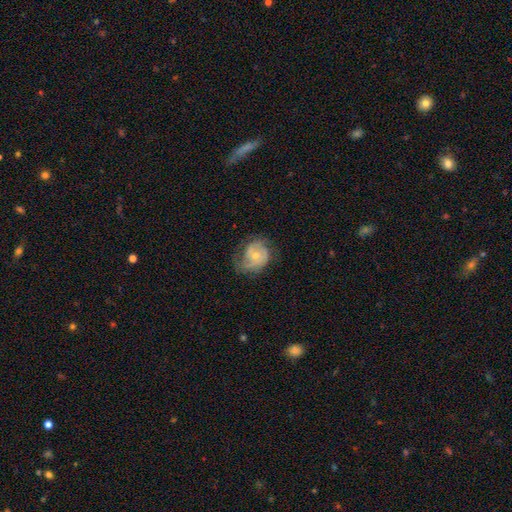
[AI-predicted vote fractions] featured or disk 63%, smooth 30%, star or artifact 7%. Down the decision tree: edge-on disk — no (98%); bar — no (71%); spiral arms — yes (85%); spiral arm count — 2 (50%); spiral winding — medium (42%); bulge size — small (53%); merging — none (53%).